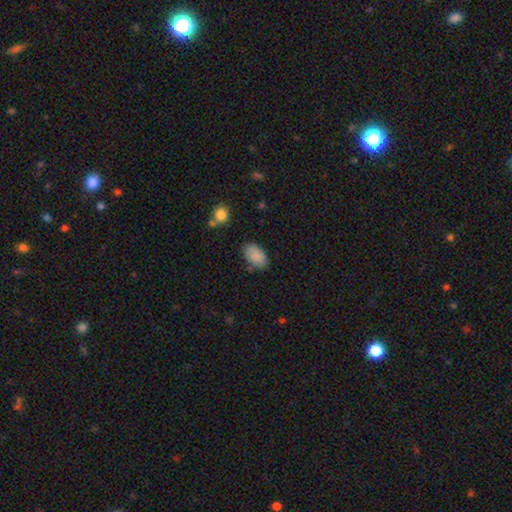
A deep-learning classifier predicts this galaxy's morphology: type=smooth (88%); roundness=in between (94%); merging=none (79%).